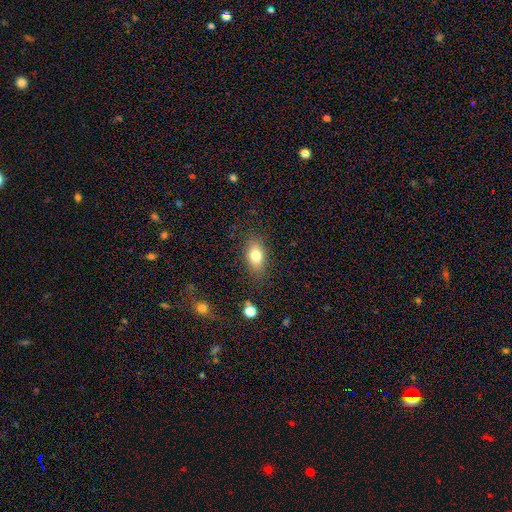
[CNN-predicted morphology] smooth-or-featured: smooth: 78% | featured or disk: 13% | star or artifact: 10%
  how-rounded: in between: 83% | round: 12% | cigar-shaped: 5%
  merging: none: 82% | minor disturbance: 13% | major disturbance: 4% | merger: 2%